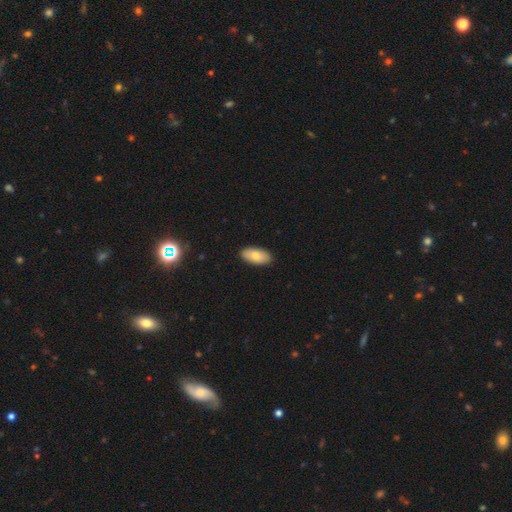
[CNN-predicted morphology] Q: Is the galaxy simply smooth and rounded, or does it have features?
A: smooth — 81%.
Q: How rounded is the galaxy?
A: in between — 92%.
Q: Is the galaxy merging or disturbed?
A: none — 90%.